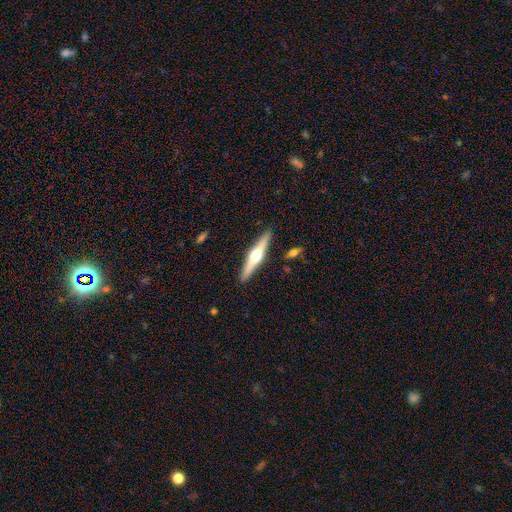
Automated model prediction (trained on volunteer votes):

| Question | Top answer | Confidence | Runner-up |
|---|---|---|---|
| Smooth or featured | featured or disk | 69% | smooth (25%) |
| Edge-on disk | yes | 97% | no (3%) |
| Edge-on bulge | rounded | 95% | boxy (3%) |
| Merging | none | 90% | minor disturbance (7%) |